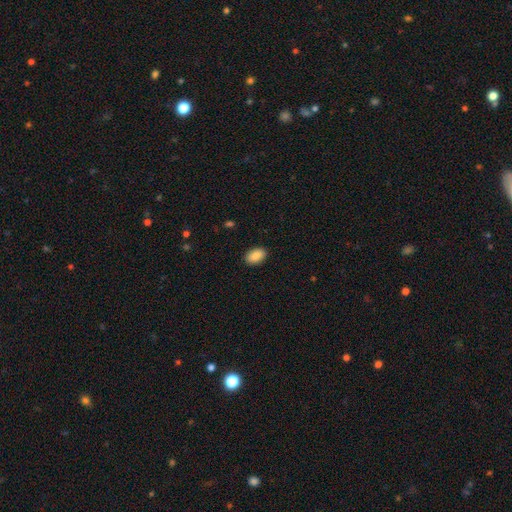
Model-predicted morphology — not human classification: Smooth or featured? smooth (89%)
How rounded? in between (92%)
Merging? none (90%)